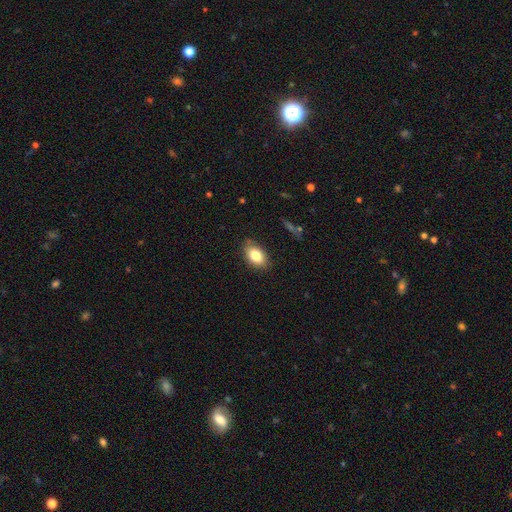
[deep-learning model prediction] The model was most divided on "merging": none: 81%, minor disturbance: 15%, major disturbance: 3%, merger: 1%. More confident: how rounded — in between (90%); smooth or featured — smooth (81%).